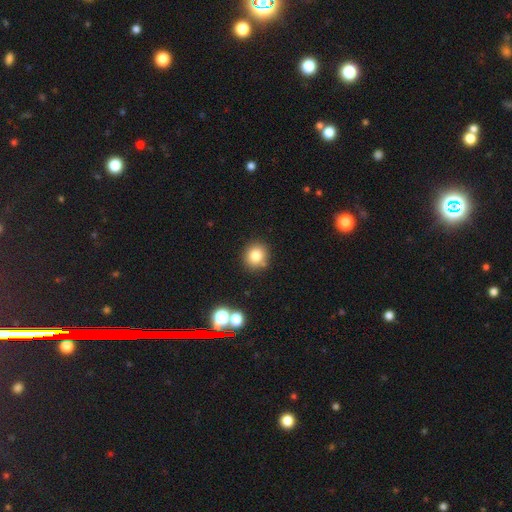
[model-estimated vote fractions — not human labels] smooth 79%, star or artifact 13%, featured or disk 8%. Down the decision tree: how rounded — round (89%); merging — none (81%).